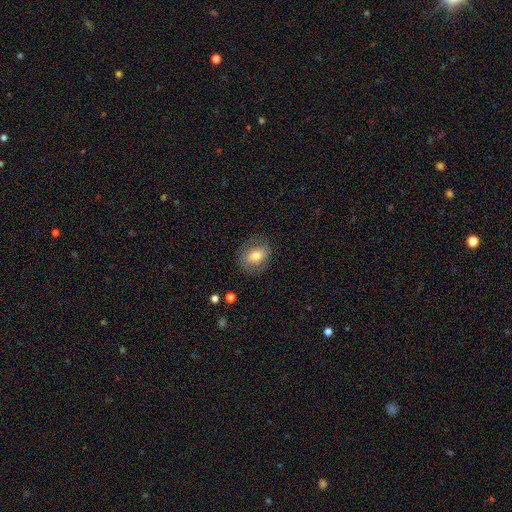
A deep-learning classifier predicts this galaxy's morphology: A smooth galaxy with no disk features (62%) that is in between round and cigar-shaped (56%).

Vote fractions:
- Smooth or featured? smooth: 62% / featured or disk: 30% / star or artifact: 8%
- How rounded? in between: 56% / round: 42% / cigar-shaped: 1%
- Merging? none: 76% / minor disturbance: 16% / major disturbance: 7% / merger: 1%